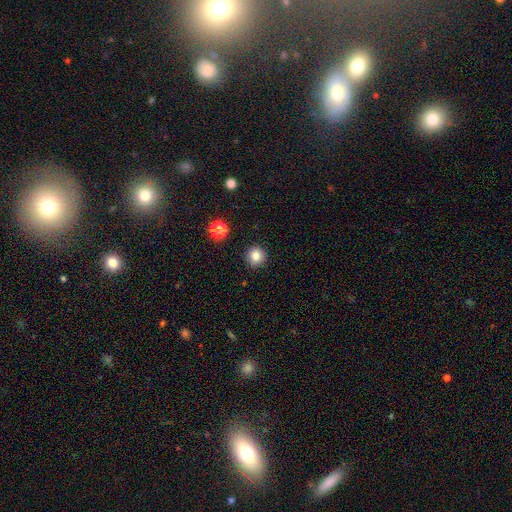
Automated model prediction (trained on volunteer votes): This appears to be a smooth galaxy with no disk features (84%) that is round (92%). Merging: none (90%).